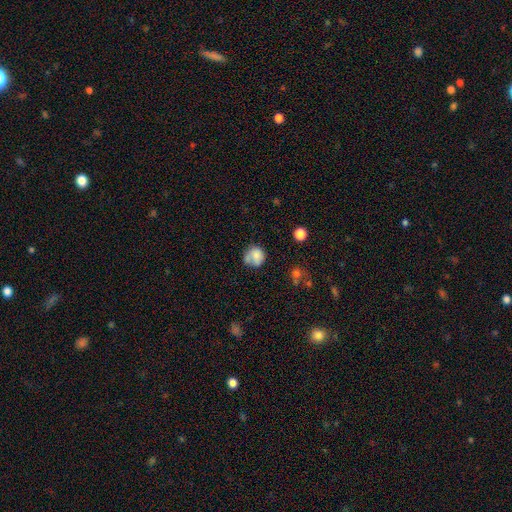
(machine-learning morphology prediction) A smooth galaxy with no disk features (71%) that is round (75%).

Vote fractions:
- Smooth or featured? smooth: 71% / featured or disk: 19% / star or artifact: 9%
- How rounded? round: 75% / in between: 24% / cigar-shaped: 1%
- Merging? none: 44% / minor disturbance: 26% / merger: 16% / major disturbance: 15%